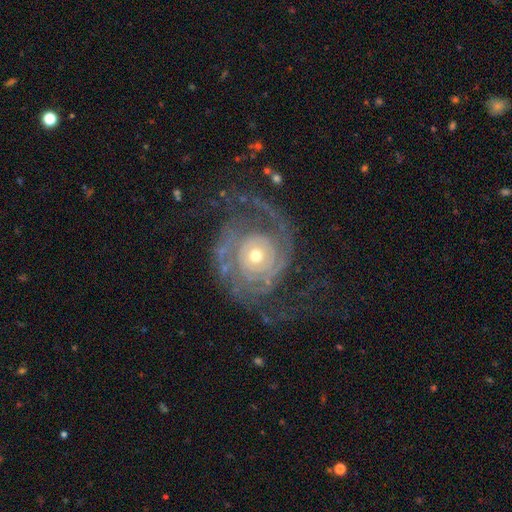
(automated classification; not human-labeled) Morphology: type=featured or disk (86%); edge-on=no (97%); bar=no (82%); spiral arms=yes (92%); winding=tight (67%); arm count=can't tell (31%); bulge=moderate (49%); merging=none (57%).